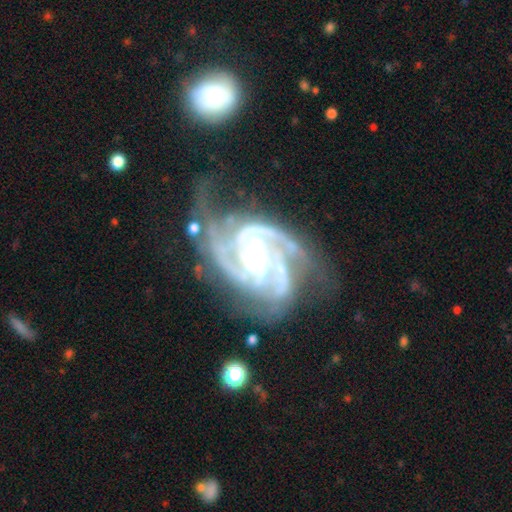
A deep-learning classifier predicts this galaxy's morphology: Smooth or featured?
  - featured or disk: 93% *
  - star or artifact: 5%
  - smooth: 3%
Edge-on disk?
  - no: 98% *
  - yes: 2%
Bar?
  - no: 54% *
  - weak: 30%
  - strong: 16%
Spiral arms?
  - yes: 99% *
  - no: 1%
Spiral winding?
  - tight: 60% *
  - medium: 35%
  - loose: 5%
Spiral arm count?
  - 3: 42% *
  - 2: 23%
  - 4: 15%
  - can't tell: 10%
  - more than 4: 6%
  - 1: 5%
Bulge size?
  - small: 52% *
  - moderate: 42%
  - large: 3%
  - none: 2%
  - dominant: 1%
Merging?
  - none: 53% *
  - minor disturbance: 24%
  - major disturbance: 19%
  - merger: 4%